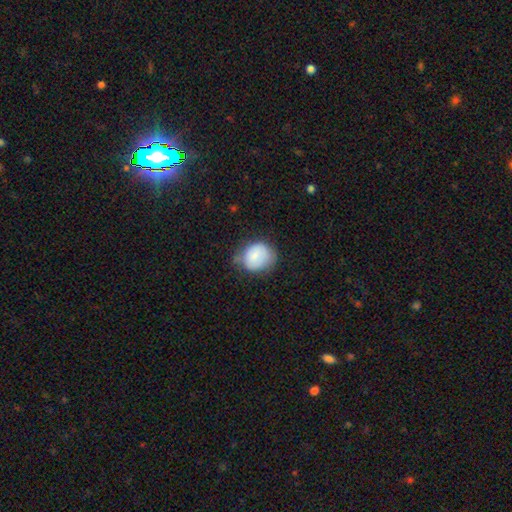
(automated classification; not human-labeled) smooth-or-featured: smooth: 79% | featured or disk: 14% | star or artifact: 7%
  how-rounded: round: 66% | in between: 34% | cigar-shaped: 1%
  merging: none: 51% | minor disturbance: 35% | major disturbance: 11% | merger: 3%